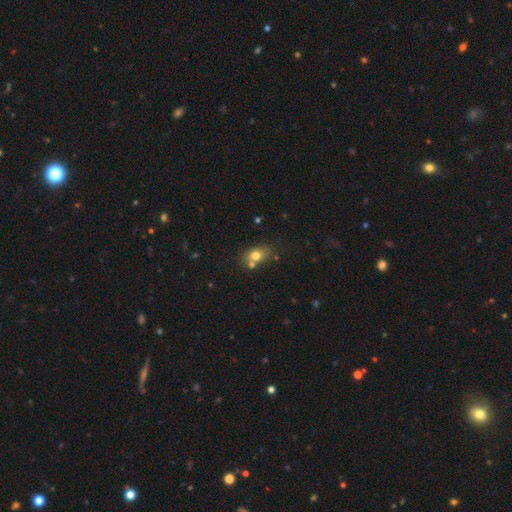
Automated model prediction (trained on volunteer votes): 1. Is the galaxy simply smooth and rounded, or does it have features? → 73% smooth, 14% featured or disk, 12% star or artifact.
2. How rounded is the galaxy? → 63% in between, 35% round, 2% cigar-shaped.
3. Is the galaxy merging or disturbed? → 58% none, 23% merger, 15% minor disturbance, 5% major disturbance.